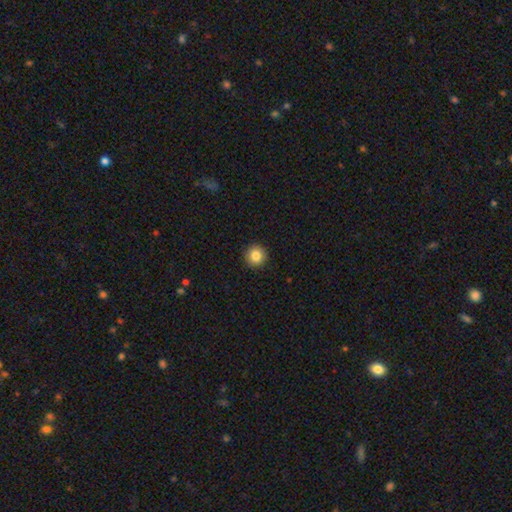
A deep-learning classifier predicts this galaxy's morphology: This appears to be a smooth galaxy with no disk features (84%) that is round (95%). Merging: none (93%).